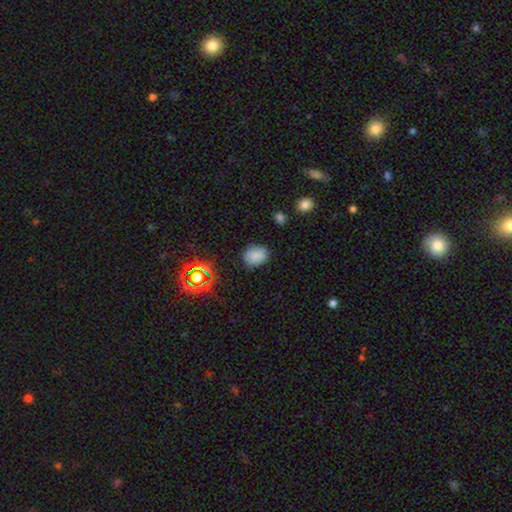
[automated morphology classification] The model was most divided on "how rounded": in between: 63%, round: 36%, cigar-shaped: 1%. More confident: smooth or featured — smooth (82%); merging — none (82%).